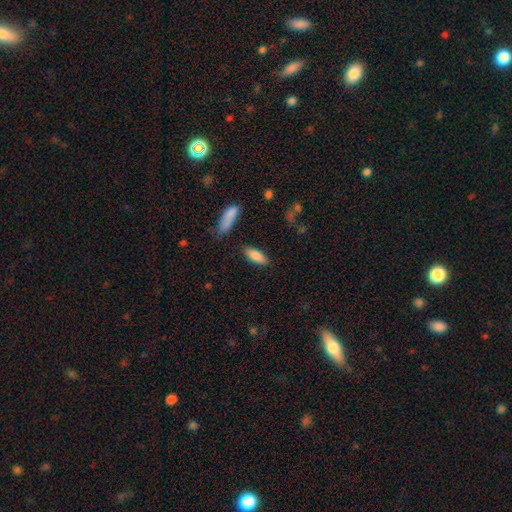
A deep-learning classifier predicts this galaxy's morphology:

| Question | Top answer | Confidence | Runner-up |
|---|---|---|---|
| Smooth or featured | smooth | 84% | featured or disk (10%) |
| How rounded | in between | 70% | cigar-shaped (28%) |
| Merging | none | 83% | minor disturbance (11%) |